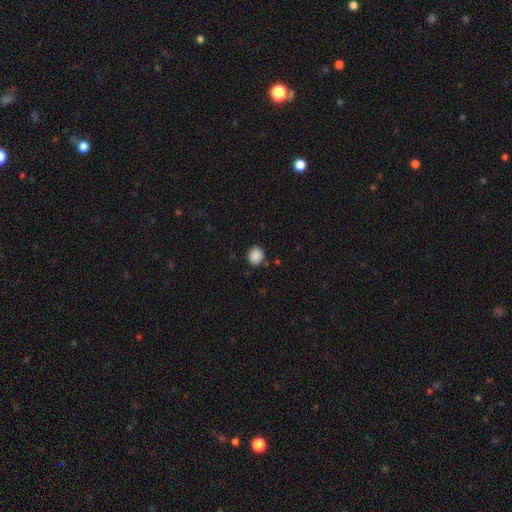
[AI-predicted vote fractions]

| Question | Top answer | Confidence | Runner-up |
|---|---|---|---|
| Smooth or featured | smooth | 88% | star or artifact (9%) |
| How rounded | round | 73% | in between (26%) |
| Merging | none | 86% | minor disturbance (10%) |